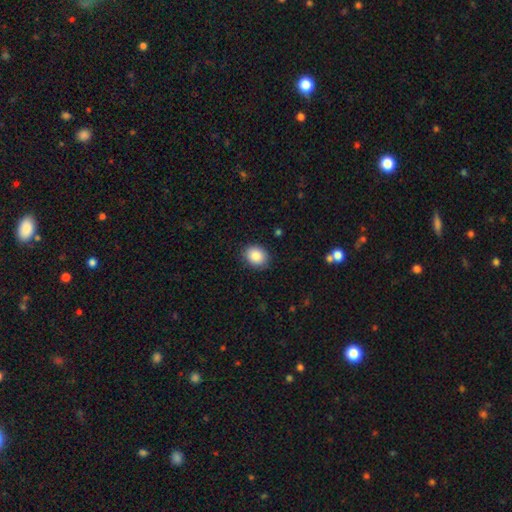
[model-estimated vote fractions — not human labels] This appears to be a smooth galaxy with no disk features (88%) that is in between round and cigar-shaped (51%). Merging: none (87%).